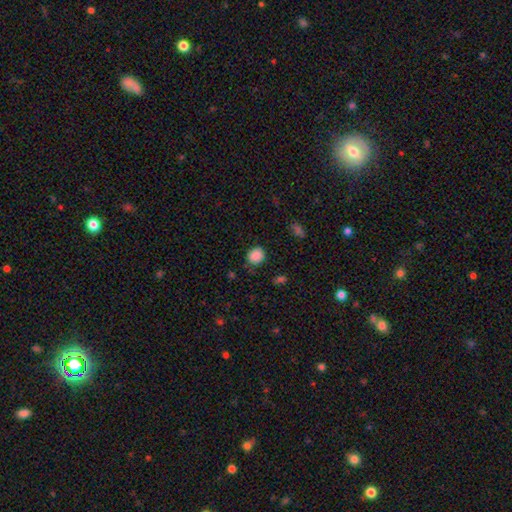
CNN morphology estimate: smooth_or_featured: smooth (p=0.86) [alt: star or artifact p=0.10]
how_rounded: round (p=0.78) [alt: in between p=0.21]
merging: none (p=0.78) [alt: minor disturbance p=0.16]